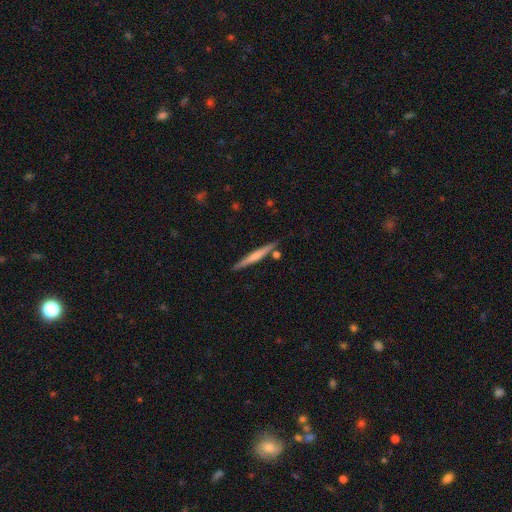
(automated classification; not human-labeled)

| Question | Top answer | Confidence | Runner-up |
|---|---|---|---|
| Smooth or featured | smooth | 50% | featured or disk (44%) |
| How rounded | cigar-shaped | 95% | in between (3%) |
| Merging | none | 85% | minor disturbance (9%) |